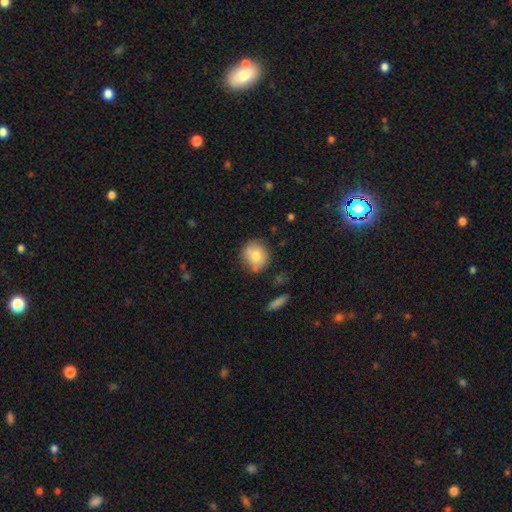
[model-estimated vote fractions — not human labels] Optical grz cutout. It shows a smooth galaxy with no disk features (76%) that is round (85%). Merging: none (75%).